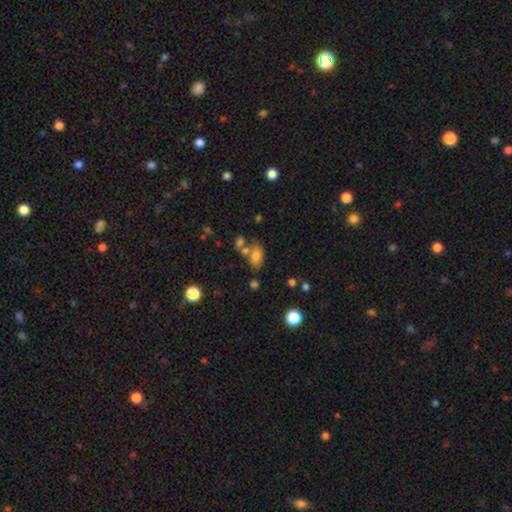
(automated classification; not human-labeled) This is likely a smooth galaxy (76%). How rounded: clearly in between (88%). Merging: possibly none (48%).